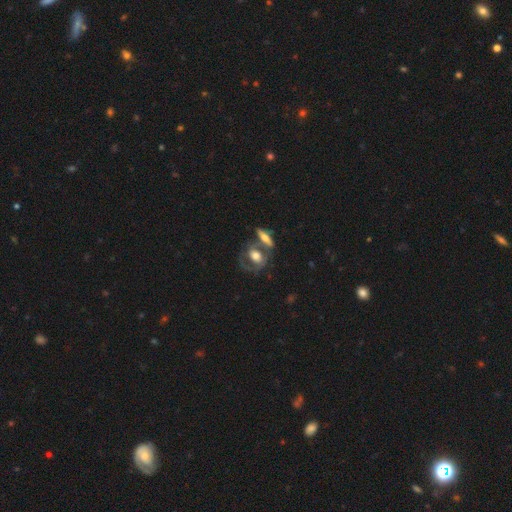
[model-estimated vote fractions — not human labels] featured or disk 55%, smooth 38%, star or artifact 7%. Down the decision tree: edge-on disk — no (83%); merging — none (39%).